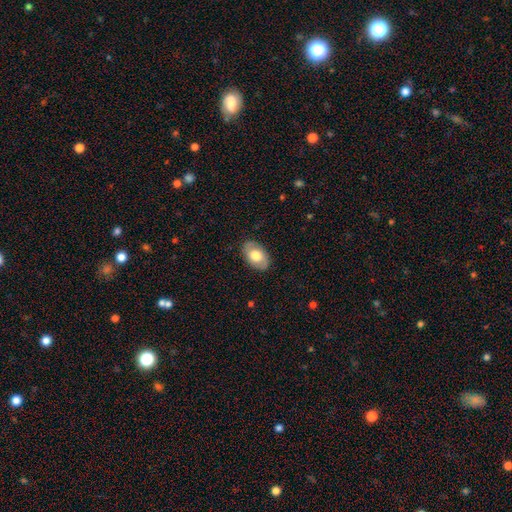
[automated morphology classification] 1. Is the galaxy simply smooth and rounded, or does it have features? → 63% smooth, 31% featured or disk, 6% star or artifact.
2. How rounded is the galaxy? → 91% in between, 8% round, 1% cigar-shaped.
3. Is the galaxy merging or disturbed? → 85% none, 11% minor disturbance, 3% major disturbance, 1% merger.